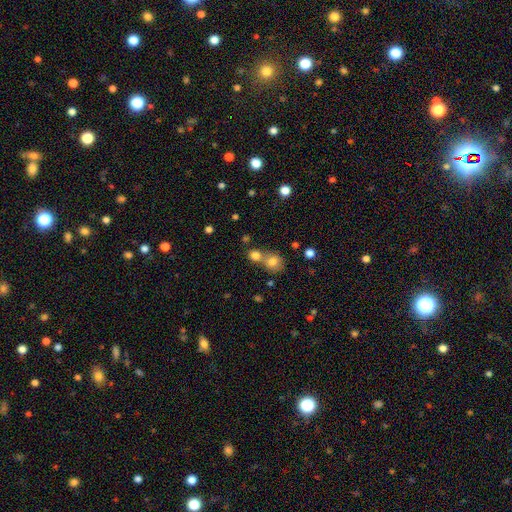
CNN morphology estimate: A smooth galaxy with no disk features (79%) that is round (79%).

Vote fractions:
- Smooth or featured? smooth: 79% / star or artifact: 13% / featured or disk: 9%
- How rounded? round: 79% / in between: 20% / cigar-shaped: 1%
- Merging? merger: 46% / none: 44% / minor disturbance: 7% / major disturbance: 3%